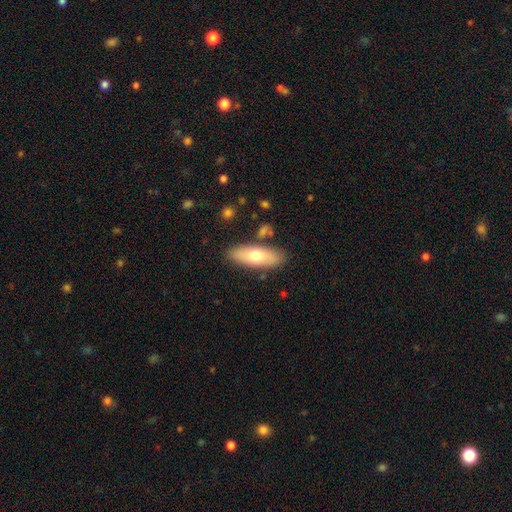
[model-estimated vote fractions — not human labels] Smooth or featured? Predicted: smooth (p=0.66). How rounded? Predicted: in between (p=0.68). Merging? Predicted: none (p=0.83).